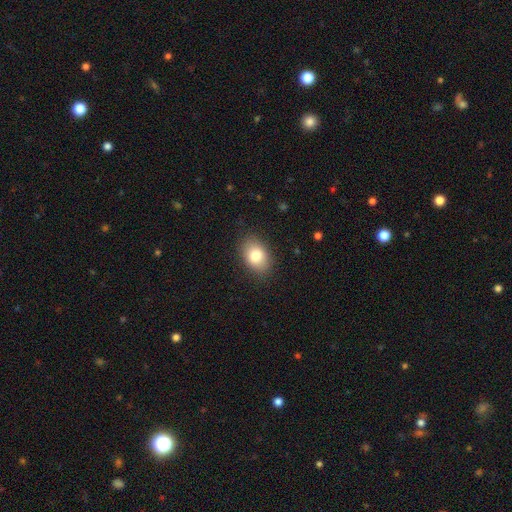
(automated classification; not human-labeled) Smooth or featured?
  - smooth: 81% *
  - featured or disk: 10%
  - star or artifact: 8%
How rounded?
  - in between: 81% *
  - round: 17%
  - cigar-shaped: 1%
Merging?
  - none: 85% *
  - minor disturbance: 11%
  - major disturbance: 3%
  - merger: 1%